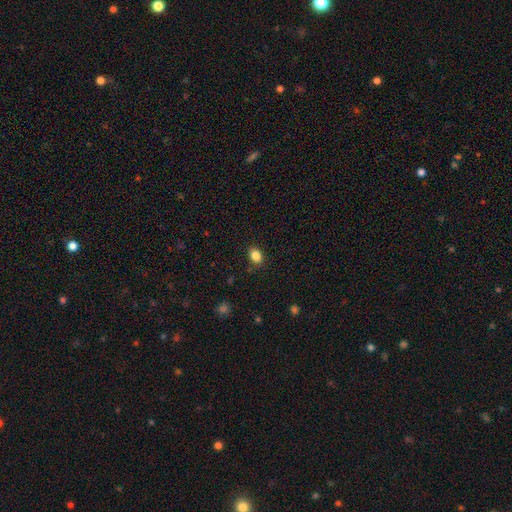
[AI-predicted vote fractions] This is clearly a smooth galaxy (85%). How rounded: likely in between (71%). Merging: clearly none (87%).